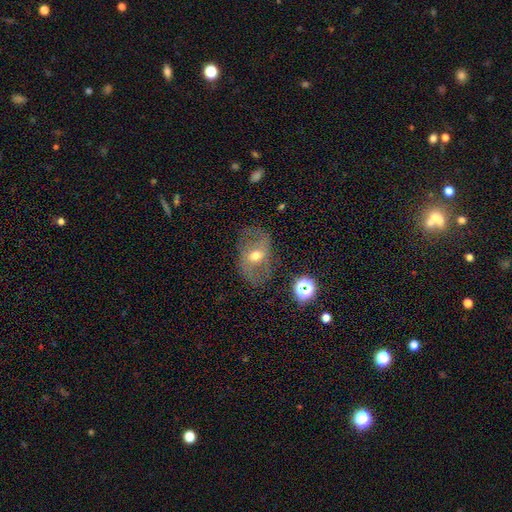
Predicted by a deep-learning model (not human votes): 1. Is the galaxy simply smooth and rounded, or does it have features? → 58% featured or disk, 32% smooth, 10% star or artifact.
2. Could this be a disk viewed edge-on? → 92% no, 8% yes.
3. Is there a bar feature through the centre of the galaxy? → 37% weak (tied), 37% no (tied), 26% strong.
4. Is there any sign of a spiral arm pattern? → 54% yes, 46% no.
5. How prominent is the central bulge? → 70% moderate, 21% small, 7% large, 1% dominant, 1% none.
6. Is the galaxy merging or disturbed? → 67% none, 18% minor disturbance, 12% major disturbance, 2% merger.